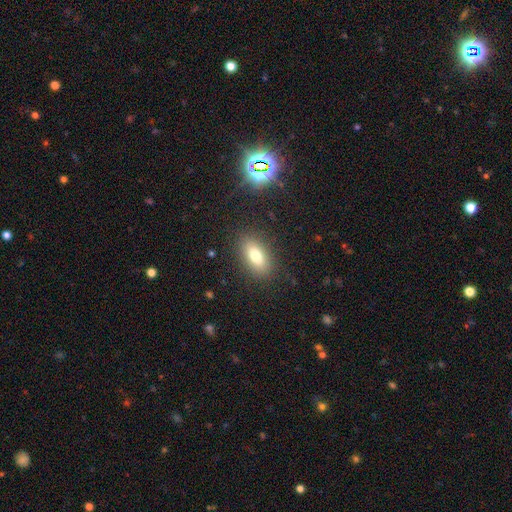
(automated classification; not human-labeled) Smooth or featured?
  - smooth: 75% *
  - featured or disk: 15%
  - star or artifact: 10%
How rounded?
  - in between: 86% *
  - round: 8%
  - cigar-shaped: 6%
Merging?
  - none: 86% *
  - minor disturbance: 9%
  - major disturbance: 4%
  - merger: 1%